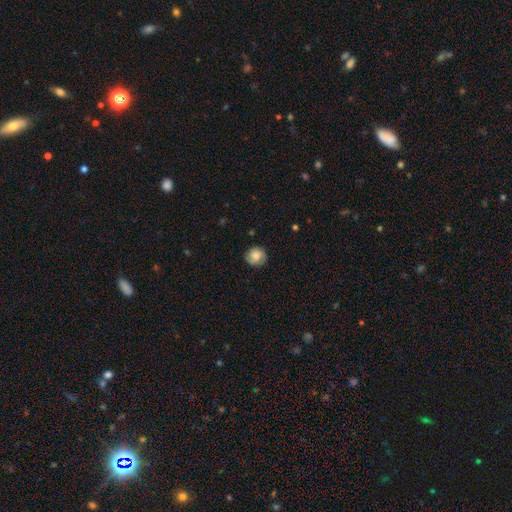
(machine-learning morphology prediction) smooth 71%, featured or disk 21%, star or artifact 8%. Down the decision tree: how rounded — round (84%); merging — none (78%).